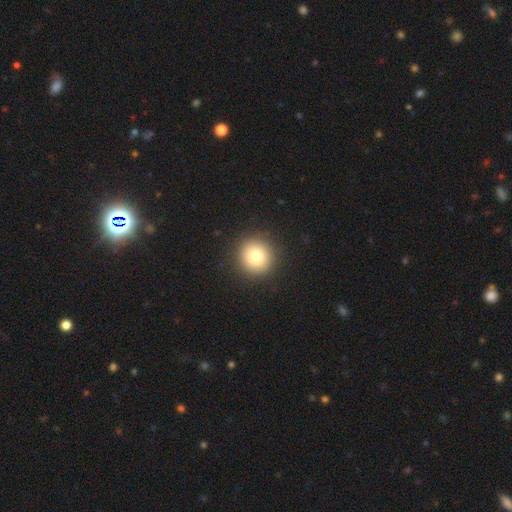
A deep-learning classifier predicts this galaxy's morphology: A smooth galaxy with no disk features (80%) that is round (94%).

Vote fractions:
- Smooth or featured? smooth: 80% / star or artifact: 11% / featured or disk: 9%
- How rounded? round: 94% / in between: 5% / cigar-shaped: 1%
- Merging? none: 92% / minor disturbance: 5% / major disturbance: 2% / merger: 1%